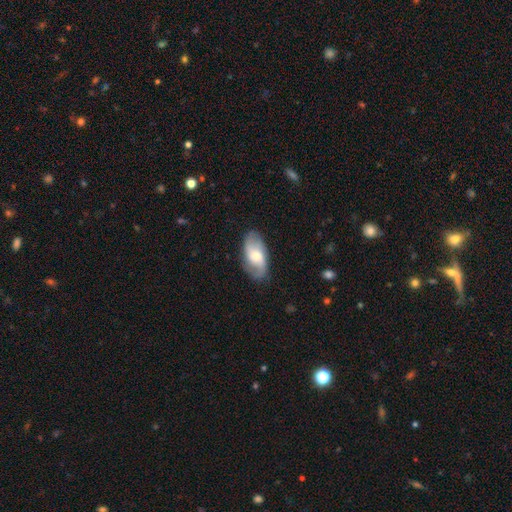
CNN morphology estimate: type=featured or disk (58%); edge-on=no (93%); bar=no (51%); spiral arms=yes (86%); bulge=moderate (54%); merging=none (79%).